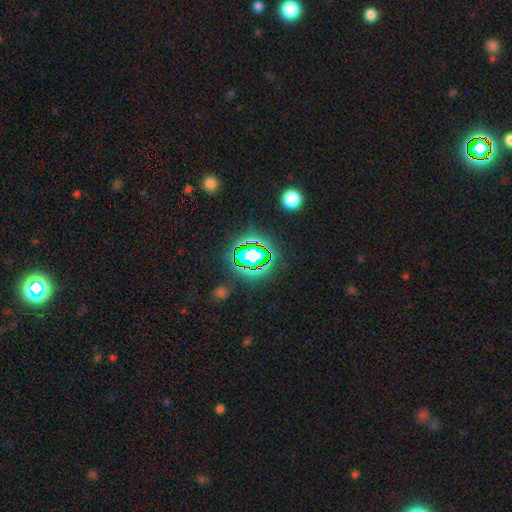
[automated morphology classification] Smooth or featured? Predicted: star or artifact (p=0.72).